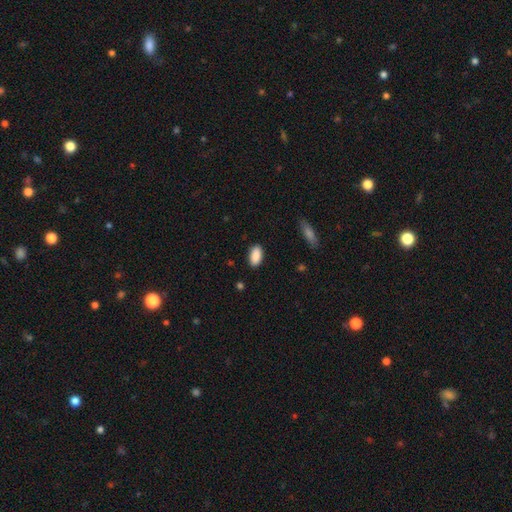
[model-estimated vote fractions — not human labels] smooth_or_featured: smooth (p=0.89) [alt: star or artifact p=0.07]
how_rounded: in between (p=0.92) [alt: cigar-shaped p=0.05]
merging: none (p=0.87) [alt: minor disturbance p=0.10]